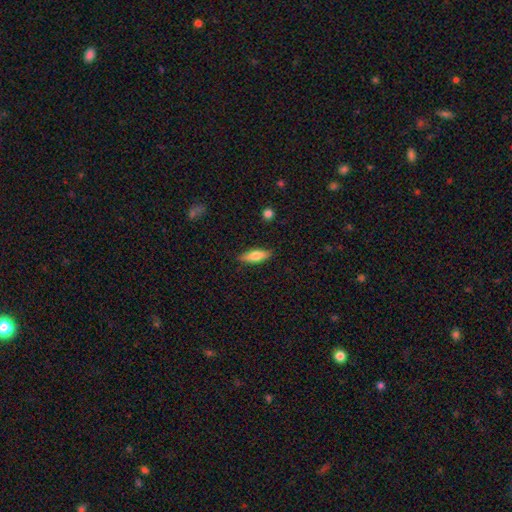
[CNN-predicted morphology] Q: Smooth or featured?
A: smooth (68%); runner-up: featured or disk (26%)
Q: How rounded?
A: in between (55%); runner-up: cigar-shaped (43%)
Q: Merging?
A: none (86%); runner-up: minor disturbance (10%)